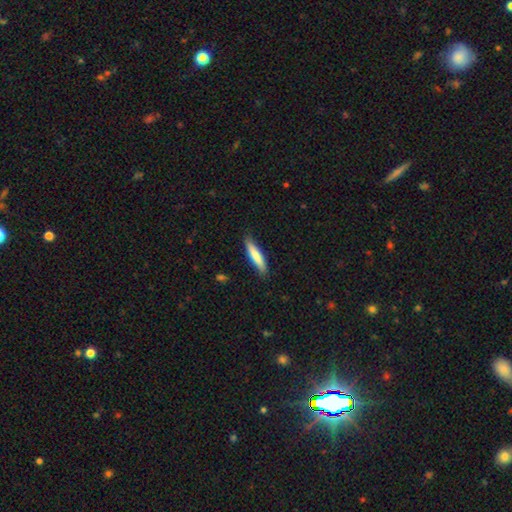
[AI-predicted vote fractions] Q: Smooth or featured?
A: smooth (80%); runner-up: featured or disk (15%)
Q: How rounded?
A: cigar-shaped (83%); runner-up: in between (15%)
Q: Merging?
A: none (82%); runner-up: minor disturbance (14%)